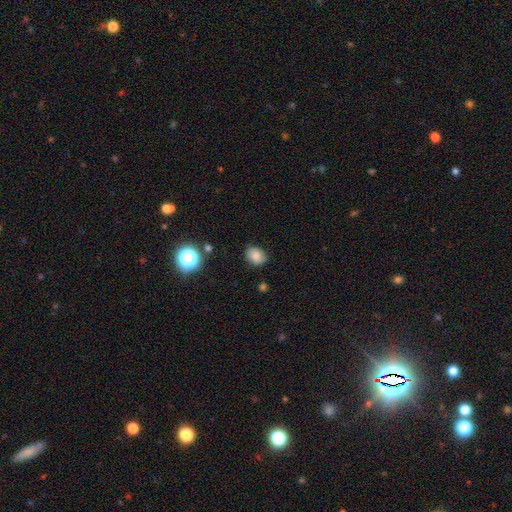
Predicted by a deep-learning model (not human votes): The model was most divided on "how rounded": in between: 58%, round: 41%, cigar-shaped: 1%. More confident: smooth or featured — smooth (82%); merging — none (81%).